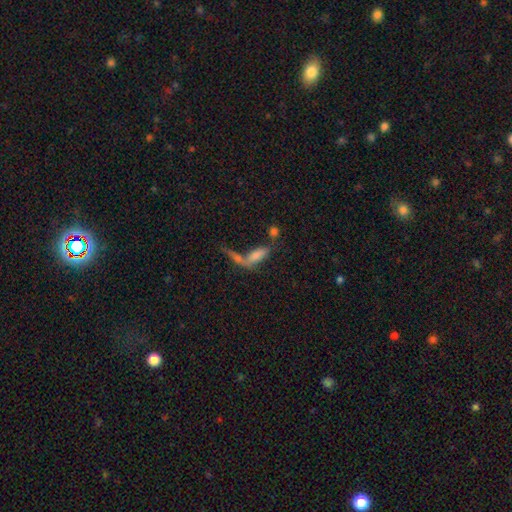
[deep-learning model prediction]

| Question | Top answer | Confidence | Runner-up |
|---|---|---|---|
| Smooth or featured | smooth | 67% | featured or disk (21%) |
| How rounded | in between | 55% | cigar-shaped (41%) |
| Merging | merger | 49% | none (28%) |